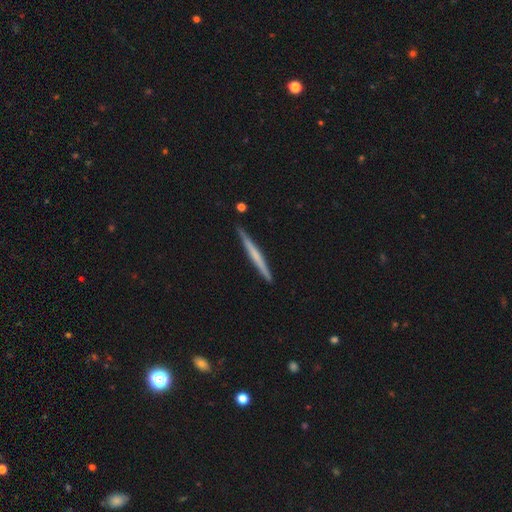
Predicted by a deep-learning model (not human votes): Smooth or featured?
  - featured or disk: 51% *
  - smooth: 44%
  - star or artifact: 5%
Edge-on disk?
  - yes: 98% *
  - no: 2%
Merging?
  - none: 90% *
  - minor disturbance: 7%
  - merger: 1%
  - major disturbance: 1%